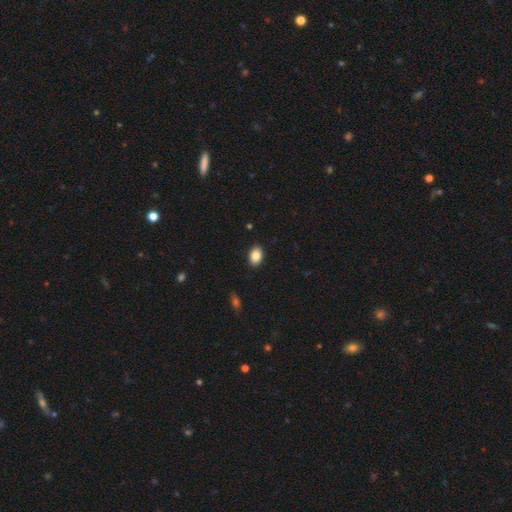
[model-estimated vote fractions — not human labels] Overall: smooth (86%). How rounded: in between (84%). Merging: none (88%).